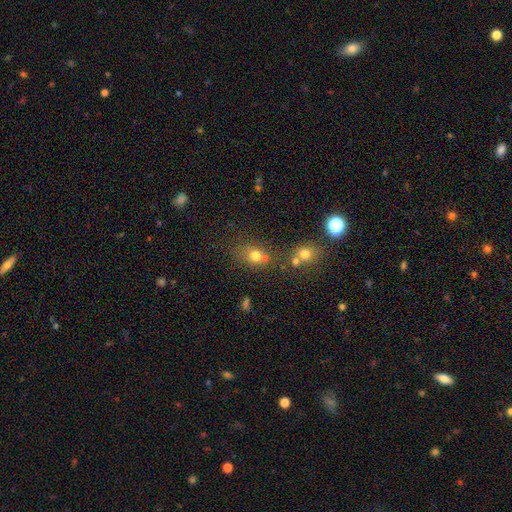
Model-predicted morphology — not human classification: Smooth or featured? Predicted: smooth (p=0.71). How rounded? Predicted: round (p=0.63). Merging? Predicted: none (p=0.52).